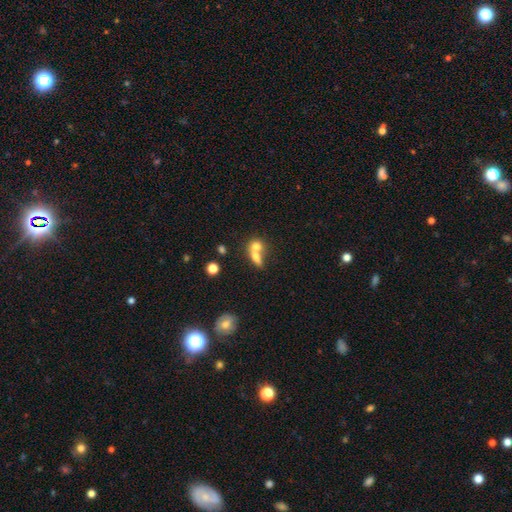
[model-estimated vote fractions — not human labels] Smooth or featured: smooth — 71% (featured or disk — 19%)
How rounded: in between — 57% (round — 33%)
Merging: merger — 66% (none — 23%)